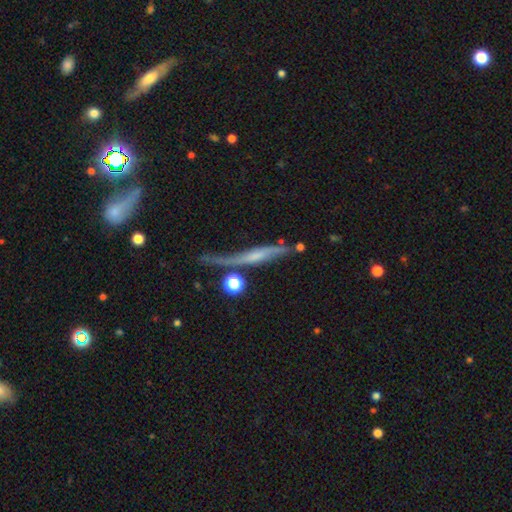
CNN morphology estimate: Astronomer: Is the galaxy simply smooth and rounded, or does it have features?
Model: featured or disk — 60%.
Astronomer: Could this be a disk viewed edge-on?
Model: yes — 80%.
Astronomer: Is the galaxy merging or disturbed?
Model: none — 49% (runner-up: minor disturbance, 25%).